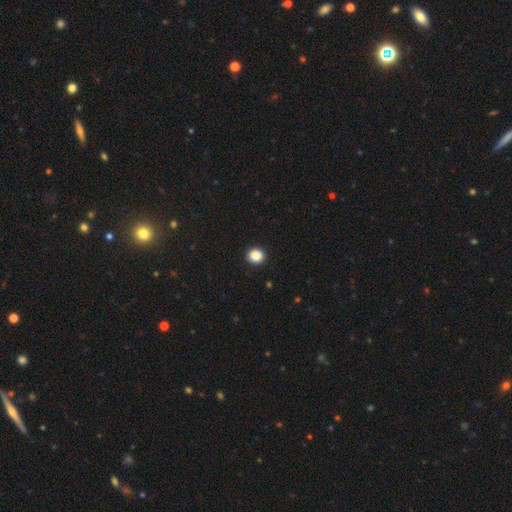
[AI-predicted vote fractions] This is clearly a smooth galaxy (88%). How rounded: clearly round (88%). Merging: clearly none (93%).